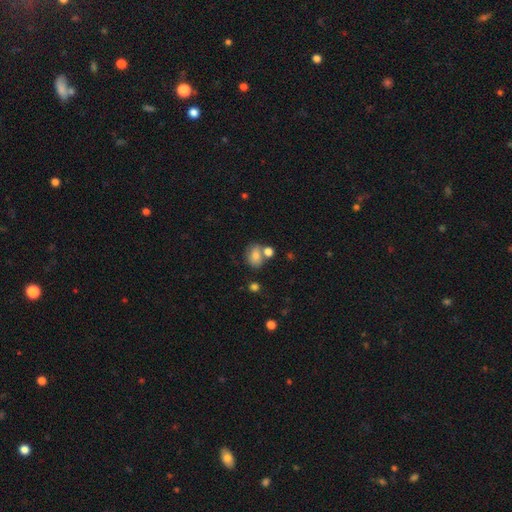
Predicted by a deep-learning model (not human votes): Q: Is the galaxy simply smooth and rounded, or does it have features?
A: smooth — 76%.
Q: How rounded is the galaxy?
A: in between — 56%.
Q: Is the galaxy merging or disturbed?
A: none — 52%.